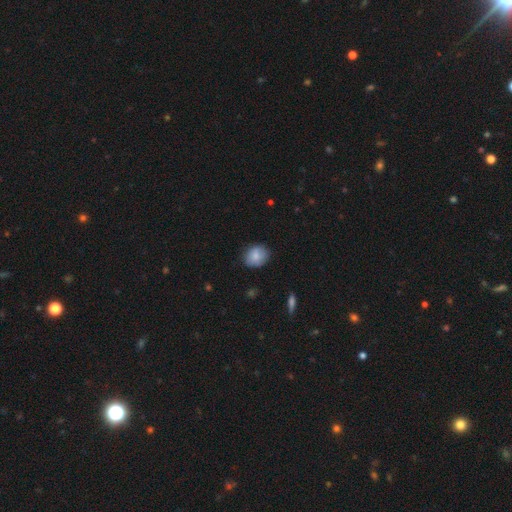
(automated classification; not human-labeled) Smooth or featured?
  - smooth: 83% *
  - featured or disk: 10%
  - star or artifact: 7%
How rounded?
  - round: 52% *
  - in between: 47%
  - cigar-shaped: 1%
Merging?
  - none: 79% *
  - minor disturbance: 17%
  - major disturbance: 3%
  - merger: 1%